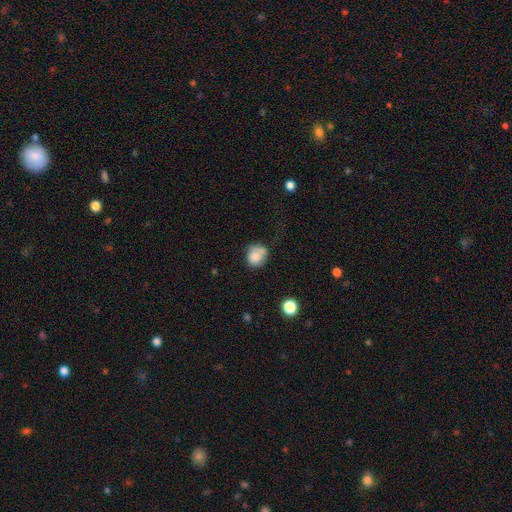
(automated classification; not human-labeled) smooth_or_featured: smooth (p=0.78) [alt: featured or disk p=0.13]
how_rounded: round (p=0.69) [alt: in between p=0.30]
merging: none (p=0.48) [alt: minor disturbance p=0.29]